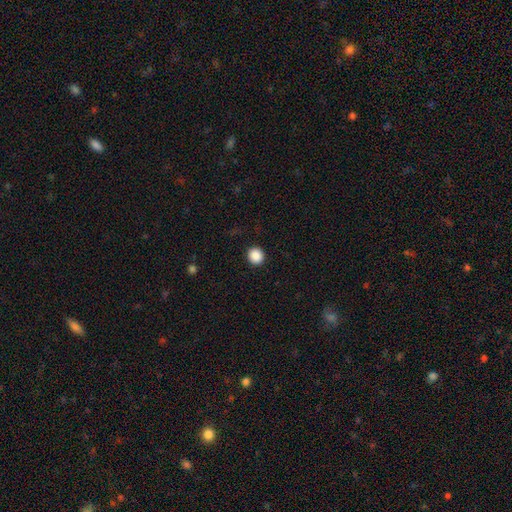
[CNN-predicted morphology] A smooth galaxy with no disk features (89%) that is round (88%).

Vote fractions:
- Smooth or featured? smooth: 89% / star or artifact: 9% / featured or disk: 2%
- How rounded? round: 88% / in between: 11% / cigar-shaped: 1%
- Merging? none: 92% / minor disturbance: 5% / major disturbance: 2% / merger: 1%